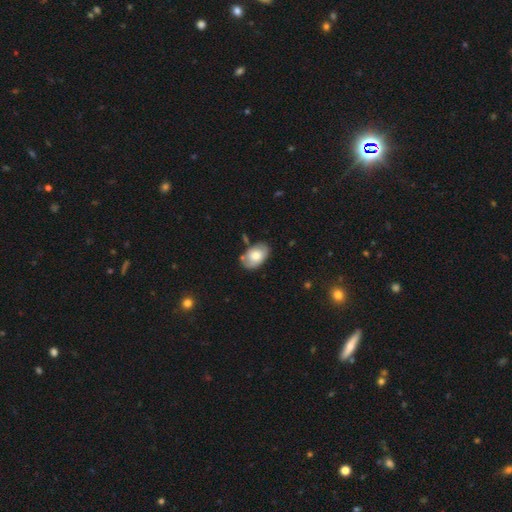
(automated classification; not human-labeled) smooth-or-featured: smooth: 66% | featured or disk: 28% | star or artifact: 7%
  how-rounded: in between: 89% | round: 10% | cigar-shaped: 1%
  merging: none: 65% | minor disturbance: 24% | merger: 6% | major disturbance: 6%